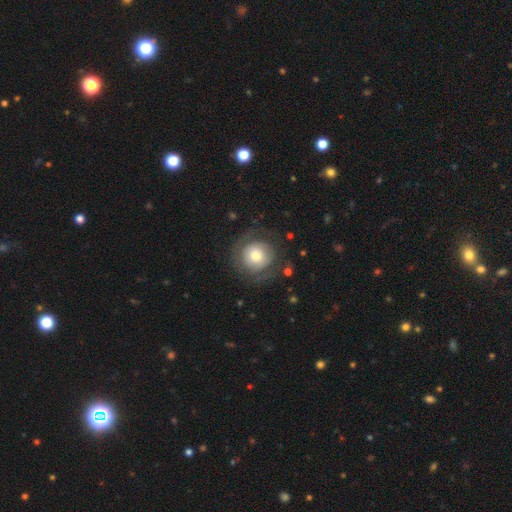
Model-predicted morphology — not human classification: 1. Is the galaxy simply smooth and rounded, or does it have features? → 52% smooth, 41% featured or disk, 7% star or artifact.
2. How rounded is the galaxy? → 92% round, 7% in between, 1% cigar-shaped.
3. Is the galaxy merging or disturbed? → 68% none, 16% minor disturbance, 14% major disturbance, 2% merger.